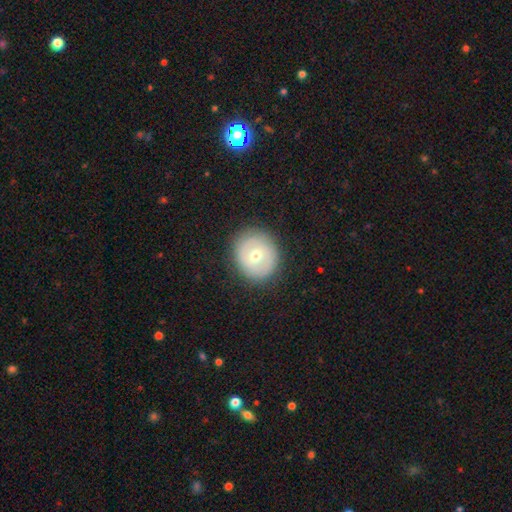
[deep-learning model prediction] Morphology: type=smooth (55%); roundness=round (83%); merging=none (86%).